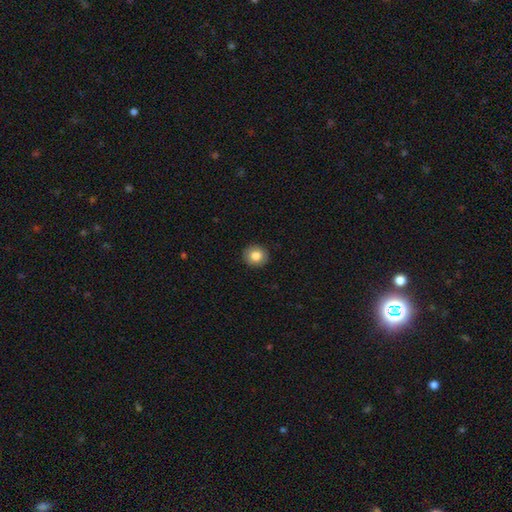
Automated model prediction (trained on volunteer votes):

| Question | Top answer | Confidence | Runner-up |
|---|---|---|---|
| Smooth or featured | smooth | 82% | featured or disk (9%) |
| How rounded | round | 83% | in between (16%) |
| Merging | none | 92% | minor disturbance (6%) |